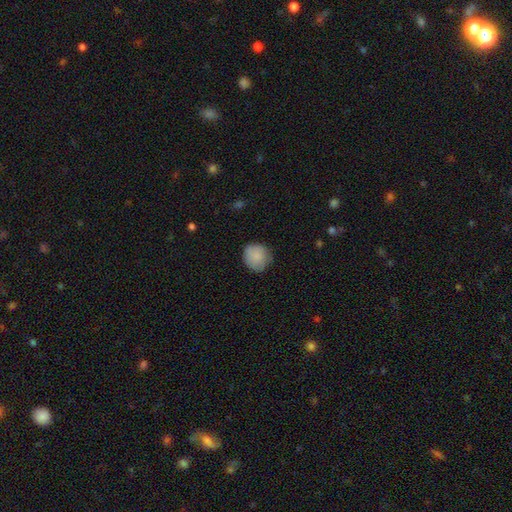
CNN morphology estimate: Smooth or featured: smooth — 87% (star or artifact — 7%)
How rounded: round — 86% (in between — 13%)
Merging: none — 77% (minor disturbance — 18%)